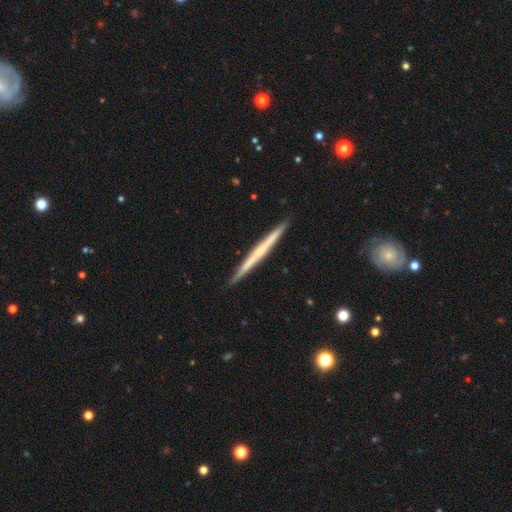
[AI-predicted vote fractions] Smooth or featured?
  - featured or disk: 60% *
  - smooth: 34%
  - star or artifact: 6%
Edge-on disk?
  - yes: 97% *
  - no: 3%
Edge-on bulge?
  - none: 80% *
  - rounded: 16%
  - boxy: 4%
Merging?
  - none: 91% *
  - minor disturbance: 7%
  - major disturbance: 1%
  - merger: 1%